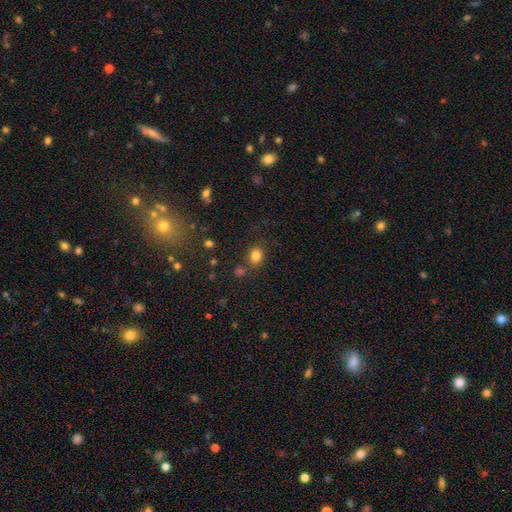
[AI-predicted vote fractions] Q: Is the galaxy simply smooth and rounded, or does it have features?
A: smooth — 81%.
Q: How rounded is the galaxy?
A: round — 68%.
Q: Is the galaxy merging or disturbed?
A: none — 73%.